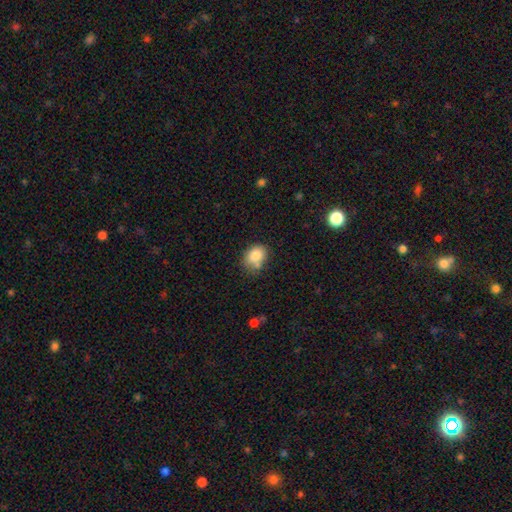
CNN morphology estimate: A smooth galaxy with no disk features (81%) that is in between round and cigar-shaped (55%).

Vote fractions:
- Smooth or featured? smooth: 81% / featured or disk: 10% / star or artifact: 9%
- How rounded? in between: 55% / round: 44% / cigar-shaped: 1%
- Merging? none: 57% / minor disturbance: 23% / merger: 13% / major disturbance: 6%